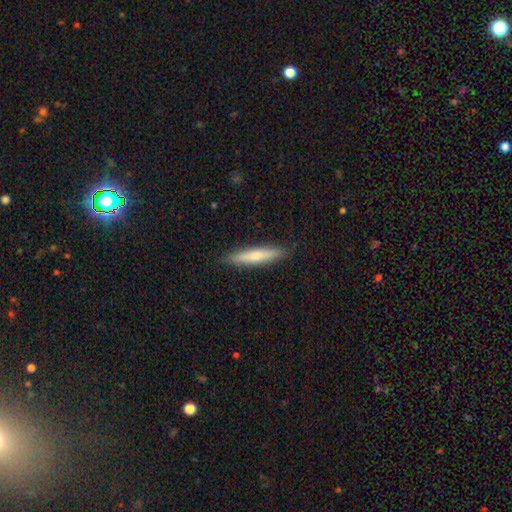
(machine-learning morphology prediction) Q: Smooth or featured?
A: smooth (63%); runner-up: featured or disk (31%)
Q: How rounded?
A: cigar-shaped (91%); runner-up: in between (8%)
Q: Merging?
A: none (89%); runner-up: minor disturbance (8%)